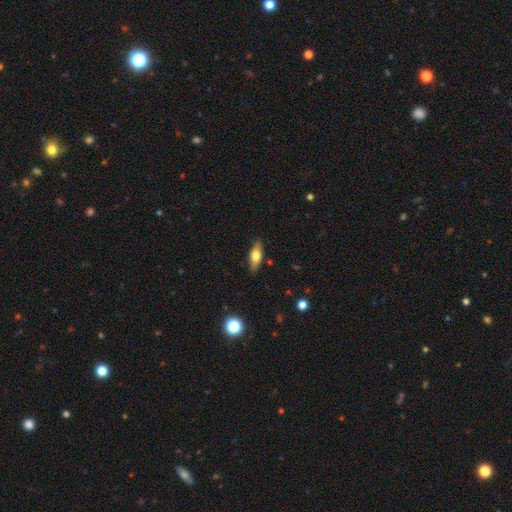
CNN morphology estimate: This is likely a smooth galaxy (62%). How rounded: likely in between (66%). Merging: clearly none (86%).